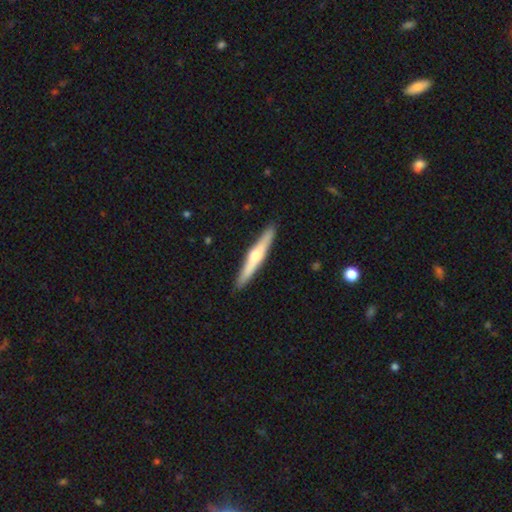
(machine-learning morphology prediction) smooth-or-featured: featured or disk: 61% | smooth: 34% | star or artifact: 5%
  disk-edge-on: yes: 97% | no: 3%
    edge-on-bulge: rounded: 88% | none: 8% | boxy: 4%
  merging: none: 91% | minor disturbance: 7% | major disturbance: 1% | merger: 1%